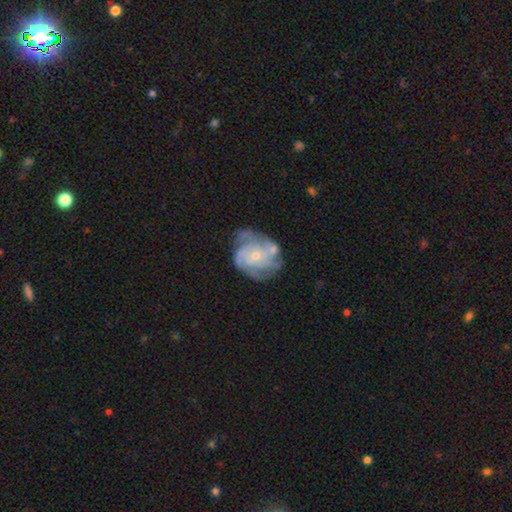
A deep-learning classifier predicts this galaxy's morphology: Smooth or featured? Predicted: featured or disk (p=0.83). Edge-on disk? Predicted: no (p=0.98). Bar? Predicted: no (p=0.74). Spiral arms? Predicted: yes (p=0.93). Spiral winding? Predicted: tight (p=0.56). Spiral arm count? Predicted: 4 (p=0.27). Bulge size? Predicted: small (p=0.63). Merging? Predicted: none (p=0.58).